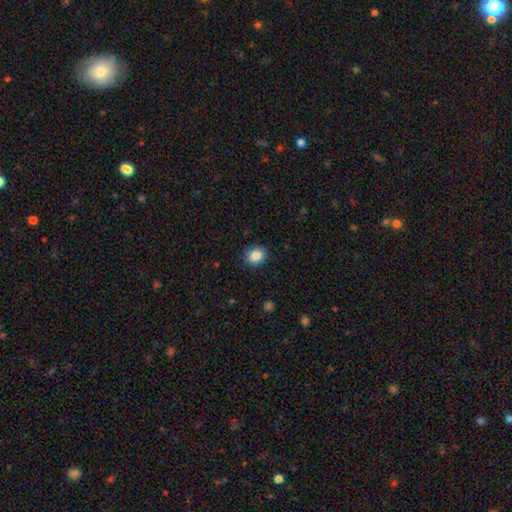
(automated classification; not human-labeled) This appears to be a smooth galaxy with no disk features (86%) that is round (62%). Merging: none (87%).